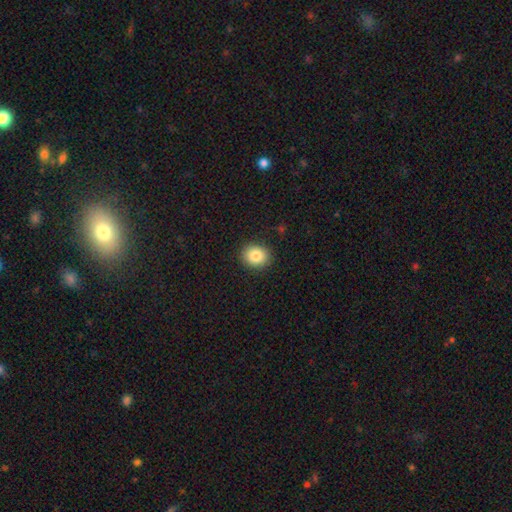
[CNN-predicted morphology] Smooth or featured? Predicted: smooth (p=0.84). How rounded? Predicted: round (p=0.68). Merging? Predicted: none (p=0.90).